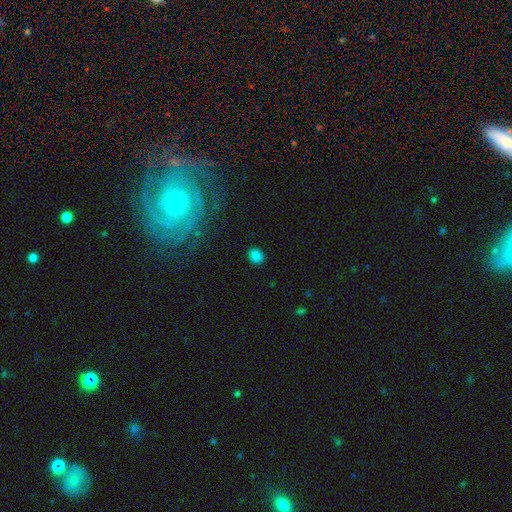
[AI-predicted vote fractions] Smooth or featured? Predicted: smooth (p=0.82). How rounded? Predicted: round (p=0.53). Merging? Predicted: none (p=0.87).